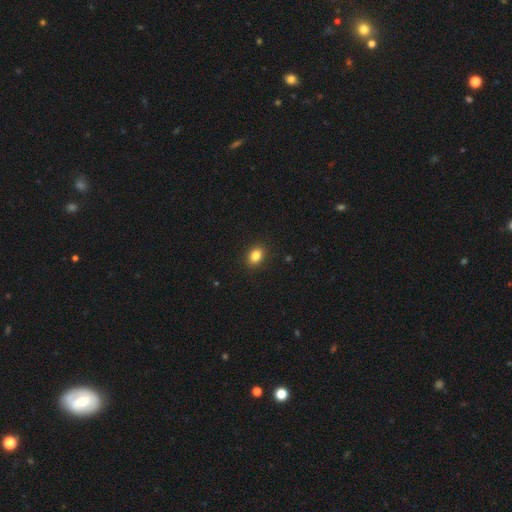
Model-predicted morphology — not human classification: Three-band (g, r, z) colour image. It shows a smooth galaxy with no disk features (85%) that is in between round and cigar-shaped (67%). Merging: none (90%).